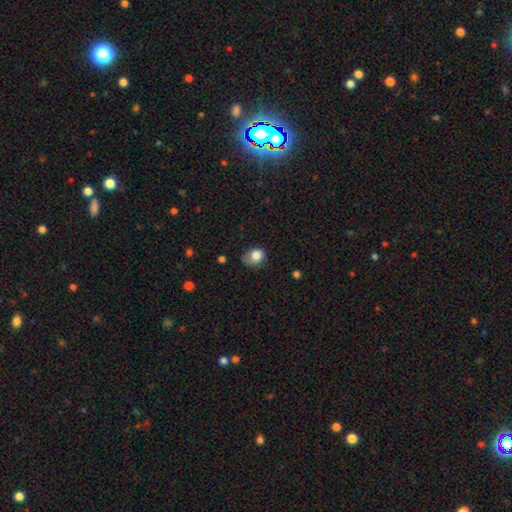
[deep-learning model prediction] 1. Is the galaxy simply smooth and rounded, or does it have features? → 81% smooth, 9% star or artifact, 9% featured or disk.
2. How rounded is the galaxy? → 52% in between, 47% round, 1% cigar-shaped.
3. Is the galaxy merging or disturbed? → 46% none, 39% minor disturbance, 12% major disturbance, 2% merger.